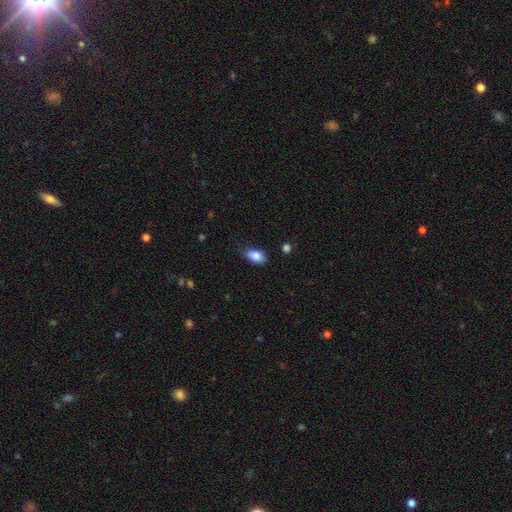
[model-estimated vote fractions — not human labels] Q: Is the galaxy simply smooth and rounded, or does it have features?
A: smooth — 85%.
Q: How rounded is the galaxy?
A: in between — 91%.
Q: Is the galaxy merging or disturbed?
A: none — 78%.